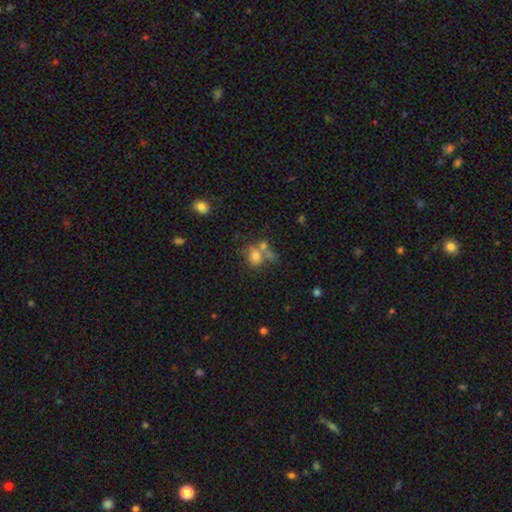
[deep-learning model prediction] A smooth galaxy with no disk features (73%) that is round (57%).

Vote fractions:
- Smooth or featured? smooth: 73% / featured or disk: 14% / star or artifact: 14%
- How rounded? round: 57% / in between: 42% / cigar-shaped: 1%
- Merging? merger: 39% / none: 38% / minor disturbance: 14% / major disturbance: 9%